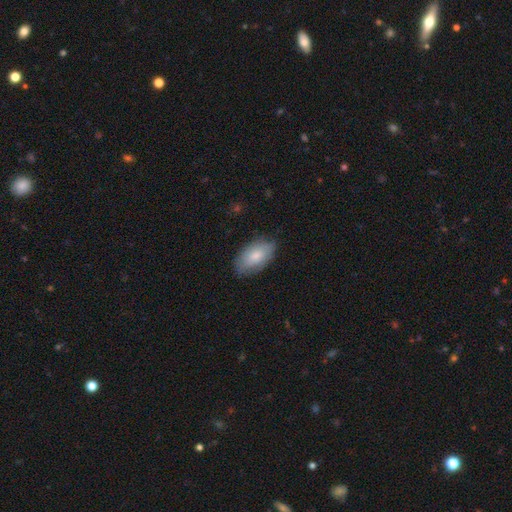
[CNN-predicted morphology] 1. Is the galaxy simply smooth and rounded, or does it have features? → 76% smooth, 19% featured or disk, 6% star or artifact.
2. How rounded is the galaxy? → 94% in between, 3% round, 2% cigar-shaped.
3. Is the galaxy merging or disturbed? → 76% none, 19% minor disturbance, 3% major disturbance, 1% merger.